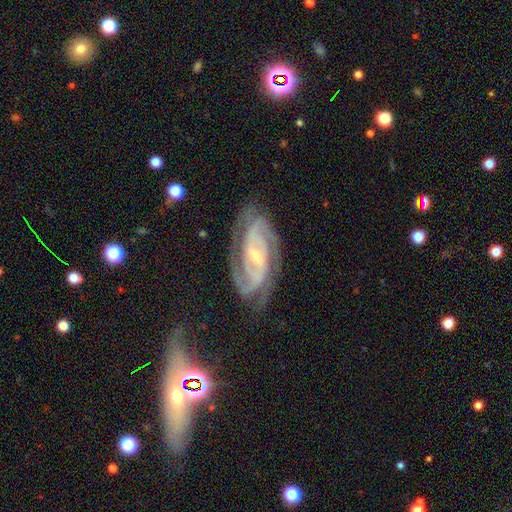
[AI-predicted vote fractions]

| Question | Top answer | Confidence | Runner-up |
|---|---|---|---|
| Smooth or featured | featured or disk | 91% | star or artifact (5%) |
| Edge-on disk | no | 96% | yes (4%) |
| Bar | weak | 41% | strong (31%) |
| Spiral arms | yes | 98% | no (2%) |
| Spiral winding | tight | 61% | medium (34%) |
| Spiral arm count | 2 | 61% | 3 (19%) |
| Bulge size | small | 70% | moderate (25%) |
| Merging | none | 73% | minor disturbance (18%) |